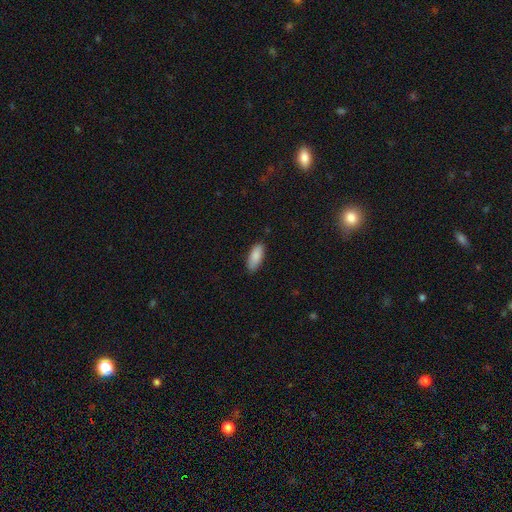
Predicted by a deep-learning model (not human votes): Smooth or featured: smooth — 88% (star or artifact — 6%)
How rounded: in between — 80% (cigar-shaped — 19%)
Merging: none — 85% (minor disturbance — 11%)